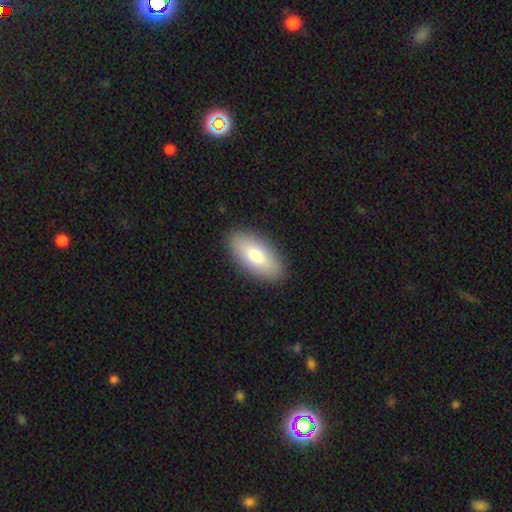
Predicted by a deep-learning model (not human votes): This is clearly a smooth galaxy (82%). How rounded: clearly in between (90%). Merging: clearly none (89%).